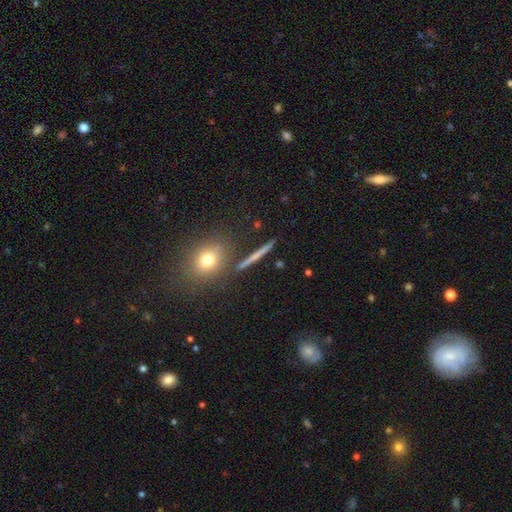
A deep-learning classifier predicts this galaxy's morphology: type=smooth (44%); merging=none (86%).